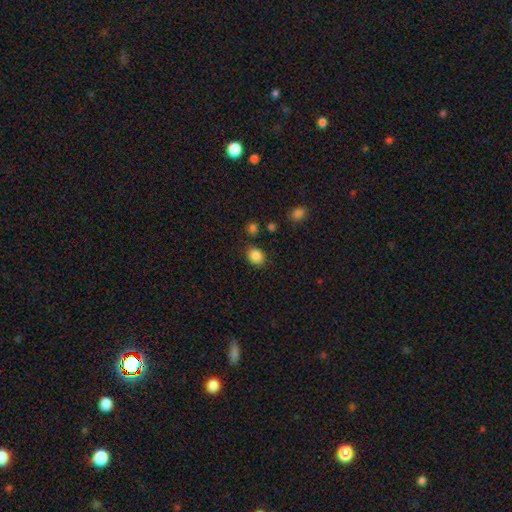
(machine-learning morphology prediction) A smooth galaxy with no disk features (87%) that is round (52%). Merging: none (83%).